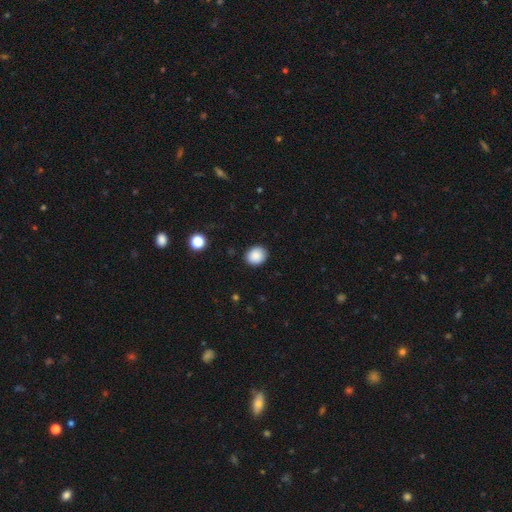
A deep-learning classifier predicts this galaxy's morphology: Overall: smooth (88%). How rounded: round (66%; in between 33%). Merging: none (90%).